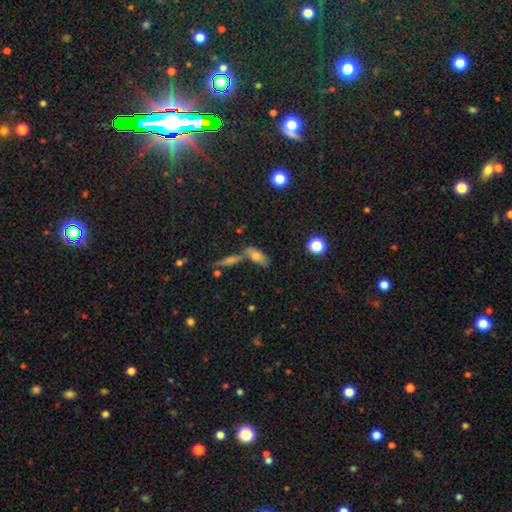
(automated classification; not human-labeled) Overall: smooth (66%). How rounded: in between (74%). Merging: none (45%; merger 36%).